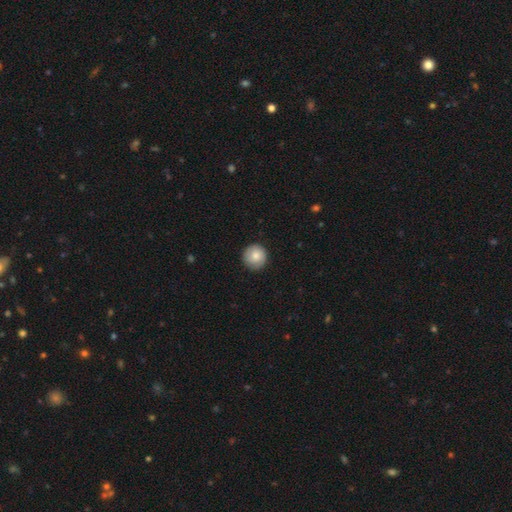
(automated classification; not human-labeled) Smooth or featured? Predicted: smooth (p=0.83). How rounded? Predicted: round (p=0.95). Merging? Predicted: none (p=0.89).